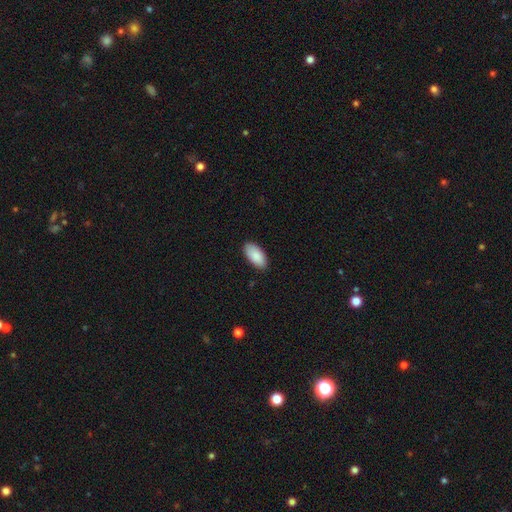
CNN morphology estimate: A smooth galaxy with no disk features (90%) that is in between round and cigar-shaped (95%). Merging: none (88%).